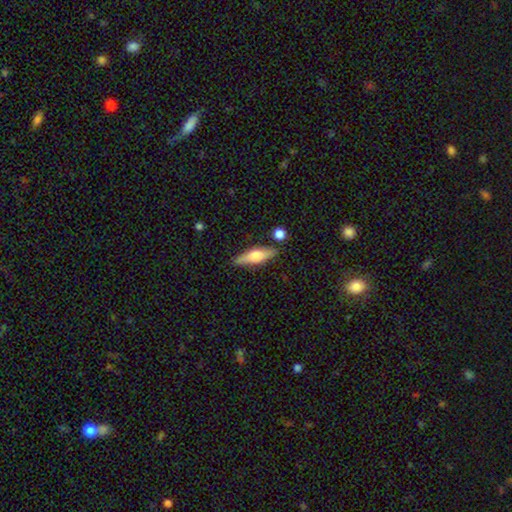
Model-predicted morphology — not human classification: This appears to be a smooth galaxy with no disk features (49%). Merging: none (83%).